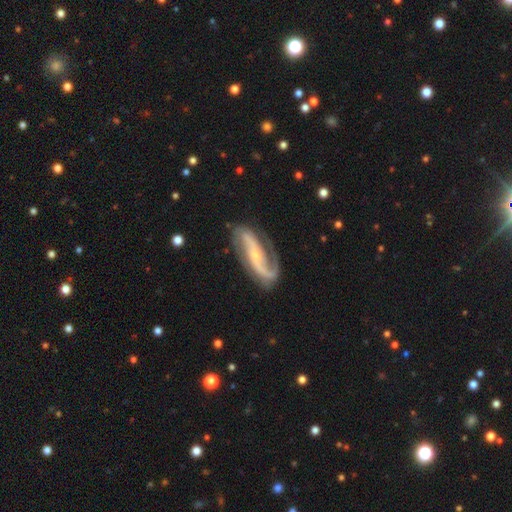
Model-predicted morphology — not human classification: Smooth or featured? featured or disk (89%)
Edge-on disk? no (94%)
Bar? no (41%)
Spiral arms? yes (96%)
Spiral winding? medium (42%)
Spiral arm count? 2 (86%)
Bulge size? small (73%)
Merging? none (72%)